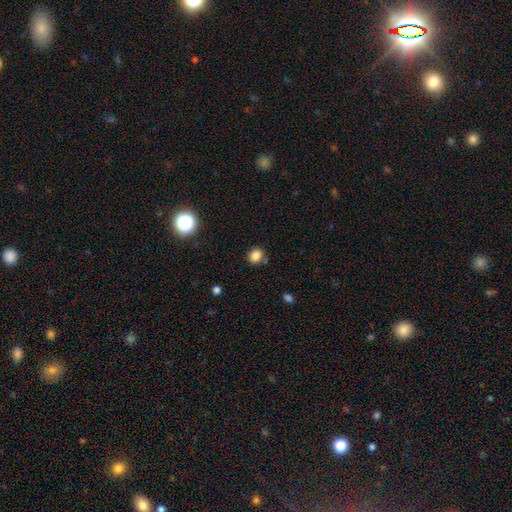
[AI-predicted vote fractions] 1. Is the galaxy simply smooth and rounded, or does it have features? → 83% smooth, 12% star or artifact, 5% featured or disk.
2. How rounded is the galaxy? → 74% round, 25% in between, 1% cigar-shaped.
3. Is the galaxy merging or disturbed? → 80% none, 12% minor disturbance, 6% merger, 3% major disturbance.